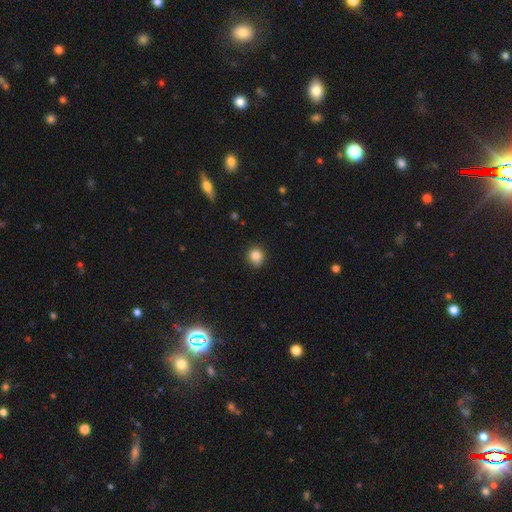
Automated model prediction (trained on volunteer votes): Smooth or featured: smooth — 85% (star or artifact — 10%)
How rounded: round — 84% (in between — 15%)
Merging: none — 86% (minor disturbance — 10%)